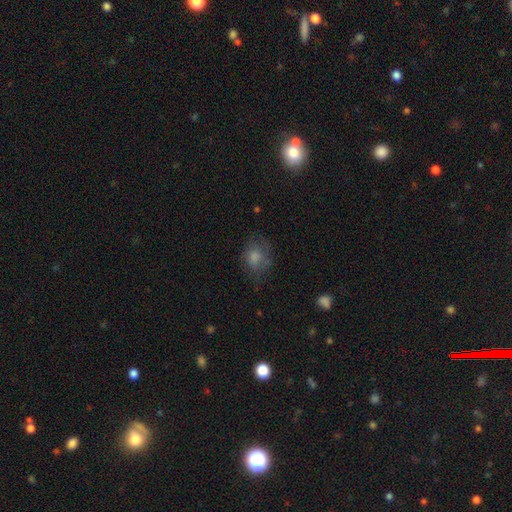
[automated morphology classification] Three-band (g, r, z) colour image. It shows a smooth galaxy with no disk features (62%) that is round (57%). Merging: none (63%).